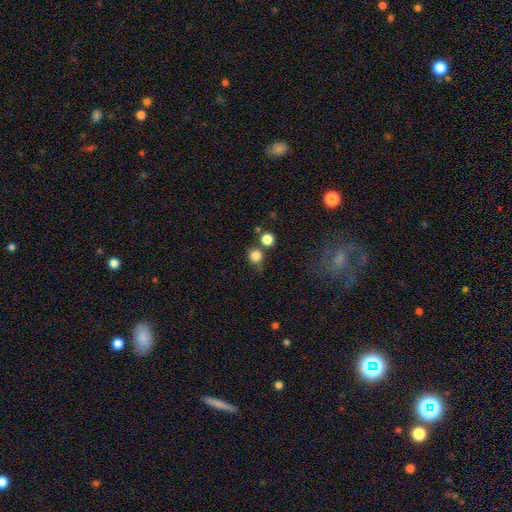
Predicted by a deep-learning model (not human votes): Smooth or featured?
  - smooth: 82% *
  - star or artifact: 12%
  - featured or disk: 6%
How rounded?
  - round: 87% *
  - in between: 12%
  - cigar-shaped: 1%
Merging?
  - none: 63% *
  - merger: 18%
  - minor disturbance: 13%
  - major disturbance: 5%